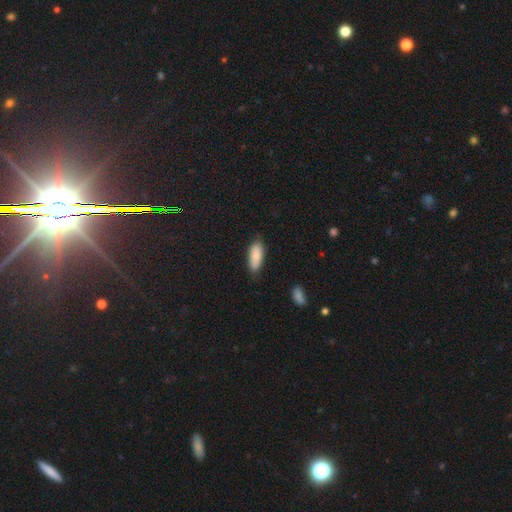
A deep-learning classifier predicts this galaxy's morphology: The model was most divided on "merging": none: 75%, minor disturbance: 20%, major disturbance: 3%, merger: 2%. More confident: smooth or featured — smooth (83%); how rounded — in between (79%).